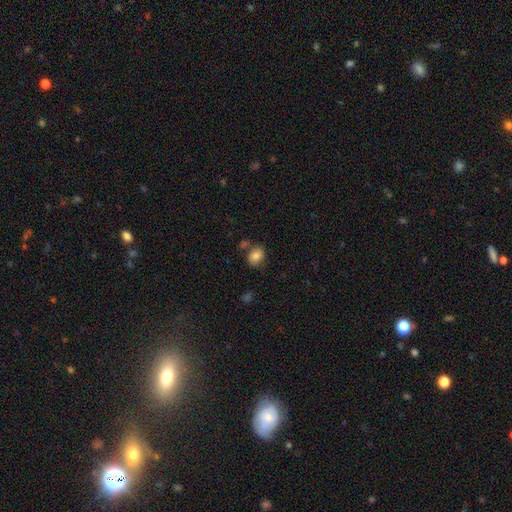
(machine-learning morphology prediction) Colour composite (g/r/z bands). It shows a smooth galaxy with no disk features (82%) that is in between round and cigar-shaped (61%). Merging: none (68%).